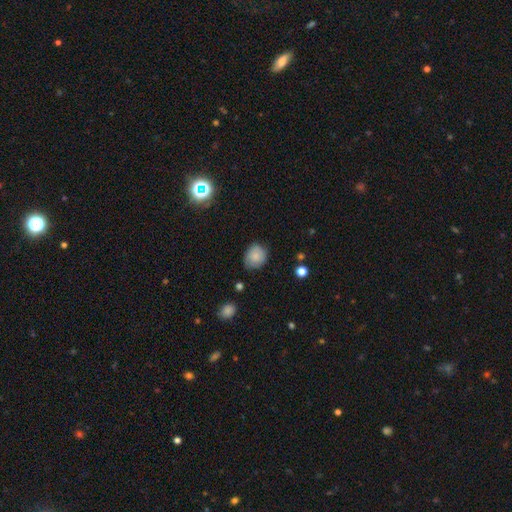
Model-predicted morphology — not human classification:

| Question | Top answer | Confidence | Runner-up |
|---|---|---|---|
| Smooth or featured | smooth | 81% | featured or disk (10%) |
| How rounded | round | 67% | in between (32%) |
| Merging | none | 71% | minor disturbance (23%) |